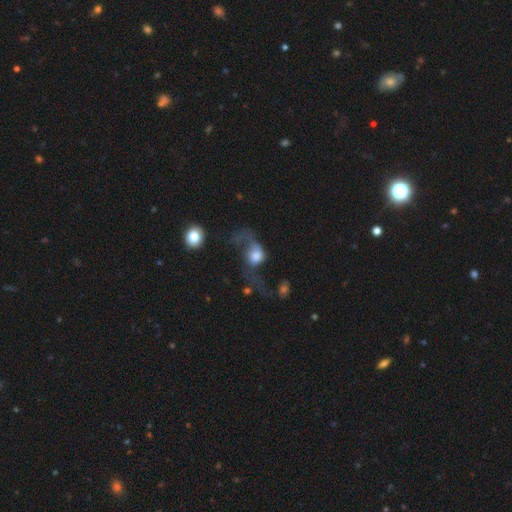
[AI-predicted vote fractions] This is possibly a featured or disk galaxy (50%). It is clearly not viewed edge-on (94%). Merging: possibly major disturbance (58%).